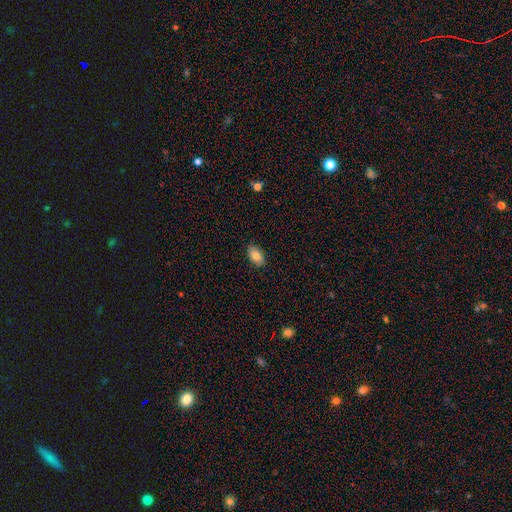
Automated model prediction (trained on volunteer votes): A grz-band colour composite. It shows a smooth galaxy with no disk features (84%) that is in between round and cigar-shaped (93%). Merging: none (86%).